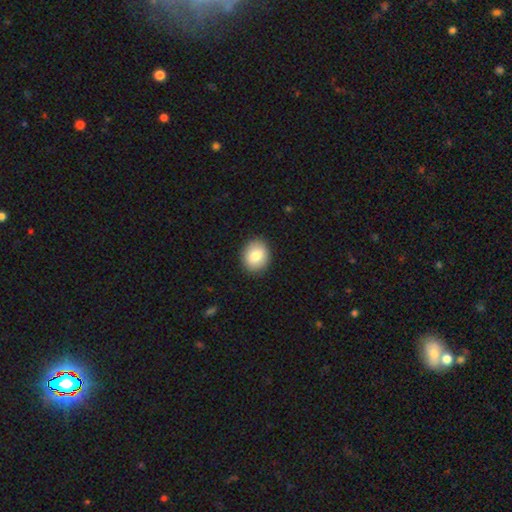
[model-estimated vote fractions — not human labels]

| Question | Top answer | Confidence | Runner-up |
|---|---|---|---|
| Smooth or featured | smooth | 81% | featured or disk (11%) |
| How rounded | round | 56% | in between (43%) |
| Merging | none | 90% | minor disturbance (7%) |